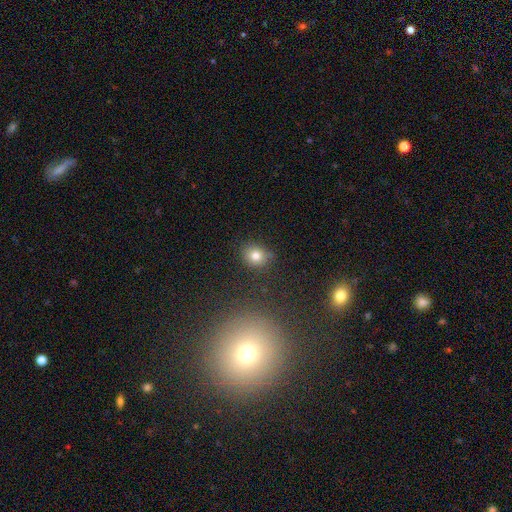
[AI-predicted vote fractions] smooth_or_featured: smooth (p=0.79) [alt: star or artifact p=0.13]
how_rounded: round (p=0.69) [alt: in between p=0.30]
merging: none (p=0.81) [alt: minor disturbance p=0.12]